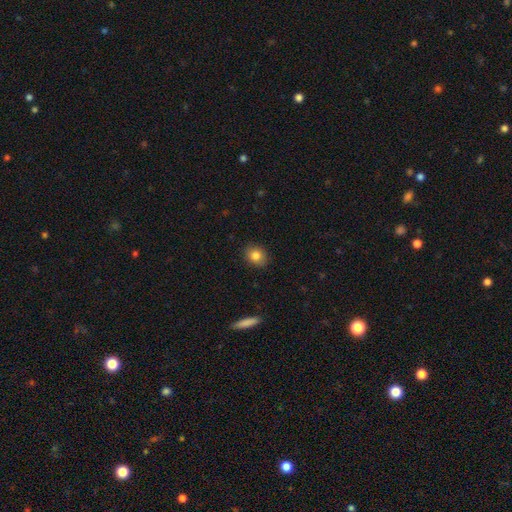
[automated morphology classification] This is clearly a smooth galaxy (83%). How rounded: likely round (64%). Merging: clearly none (89%).